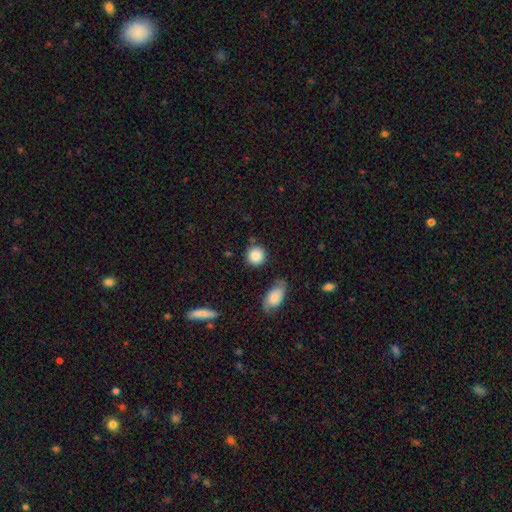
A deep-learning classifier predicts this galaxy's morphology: smooth-or-featured: smooth: 85% | star or artifact: 8% | featured or disk: 6%
  how-rounded: round: 89% | in between: 10% | cigar-shaped: 1%
  merging: none: 77% | minor disturbance: 14% | merger: 5% | major disturbance: 4%